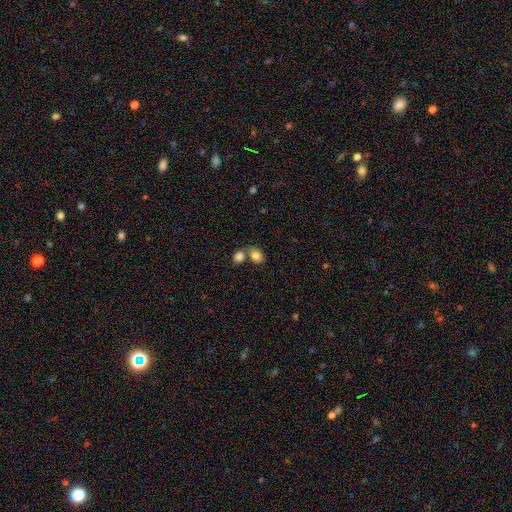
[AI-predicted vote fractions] smooth 81%, featured or disk 10%, star or artifact 9%. Down the decision tree: how rounded — in between (57%); merging — merger (50%).